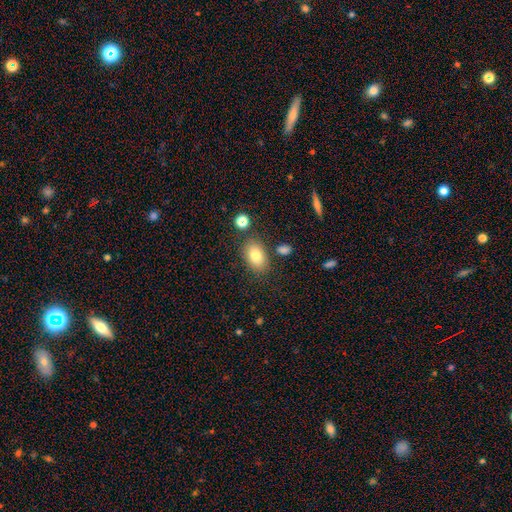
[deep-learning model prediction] A smooth galaxy with no disk features (80%) that is in between round and cigar-shaped (85%). Merging: none (80%).